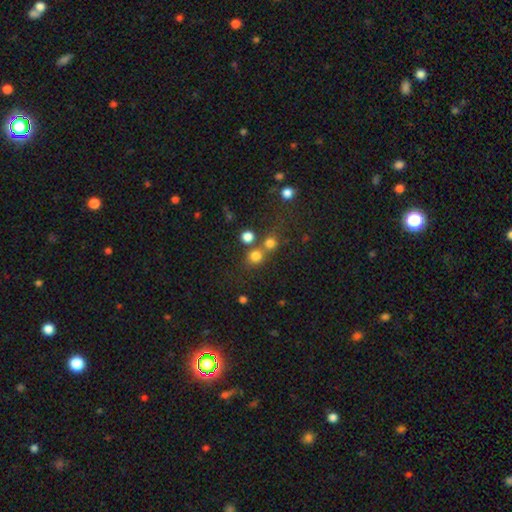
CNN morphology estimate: Q: Smooth or featured?
A: smooth (76%); runner-up: star or artifact (17%)
Q: How rounded?
A: round (88%); runner-up: in between (11%)
Q: Merging?
A: none (58%); runner-up: merger (30%)